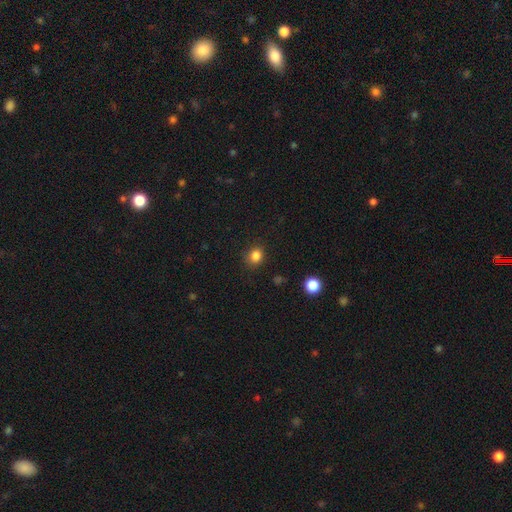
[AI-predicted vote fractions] smooth 83%, star or artifact 13%, featured or disk 4%. Down the decision tree: how rounded — round (77%); merging — none (84%).